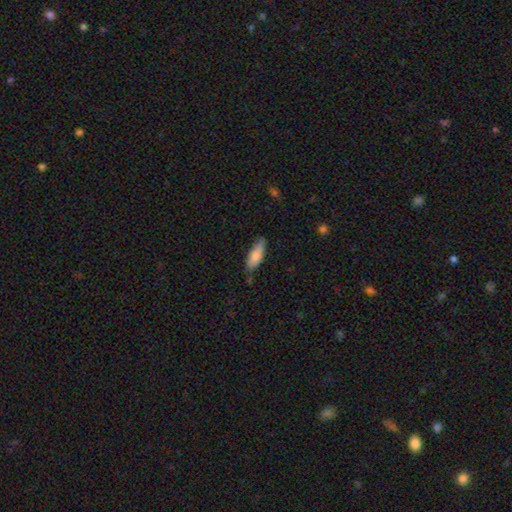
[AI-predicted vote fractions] The model was most divided on "how rounded": in between: 60%, cigar-shaped: 38%, round: 2%. More confident: smooth or featured — smooth (85%); merging — none (71%).